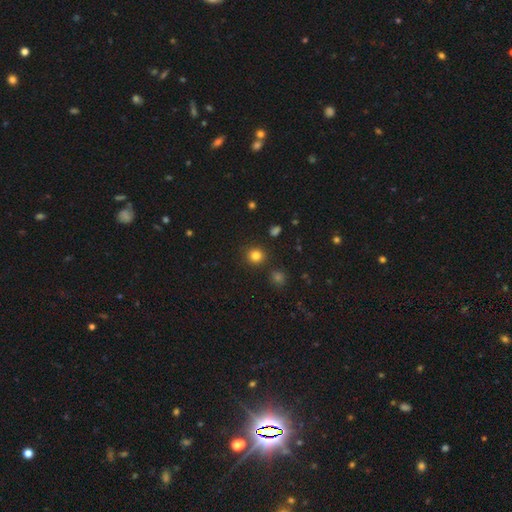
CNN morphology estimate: A smooth galaxy with no disk features (81%) that is round (89%). Merging: none (87%).